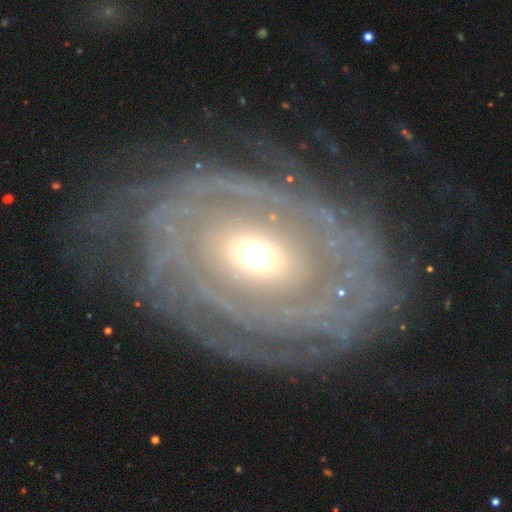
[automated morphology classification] Smooth or featured?
  - featured or disk: 86% *
  - smooth: 8%
  - star or artifact: 6%
Edge-on disk?
  - no: 95% *
  - yes: 5%
Bar?
  - no: 69% *
  - weak: 21%
  - strong: 11%
Spiral arms?
  - yes: 90% *
  - no: 10%
Spiral winding?
  - tight: 74% *
  - medium: 18%
  - loose: 8%
Spiral arm count?
  - can't tell: 36% *
  - 2: 20%
  - 3: 13%
  - more than 4: 12%
  - 4: 11%
  - 1: 8%
Bulge size?
  - moderate: 59% *
  - small: 29%
  - large: 9%
  - dominant: 2%
  - none: 1%
Merging?
  - none: 69% *
  - minor disturbance: 16%
  - major disturbance: 13%
  - merger: 2%